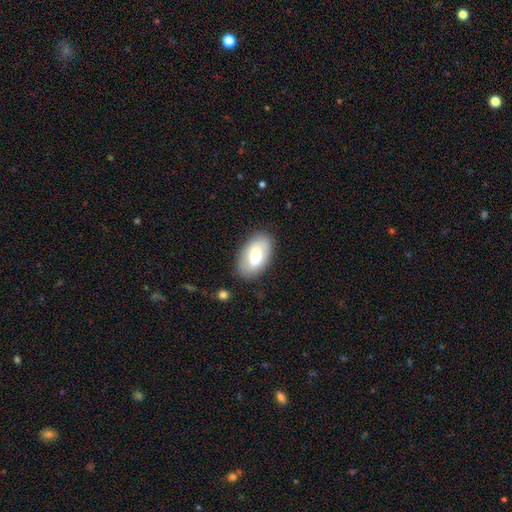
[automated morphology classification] This is likely a smooth galaxy (67%). How rounded: clearly in between (94%). Merging: clearly none (83%).